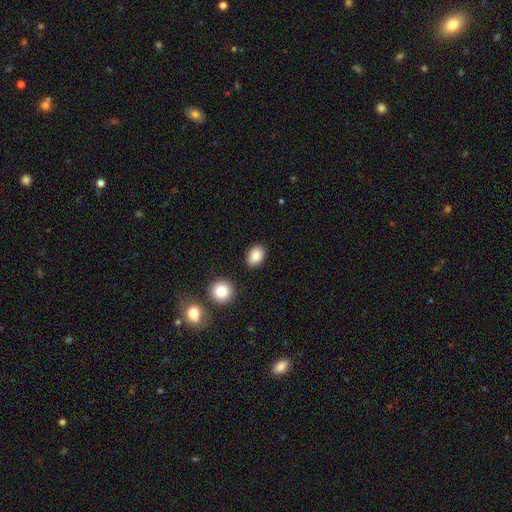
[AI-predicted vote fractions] Smooth or featured: smooth — 86% (star or artifact — 8%)
How rounded: in between — 71% (round — 28%)
Merging: none — 86% (minor disturbance — 9%)